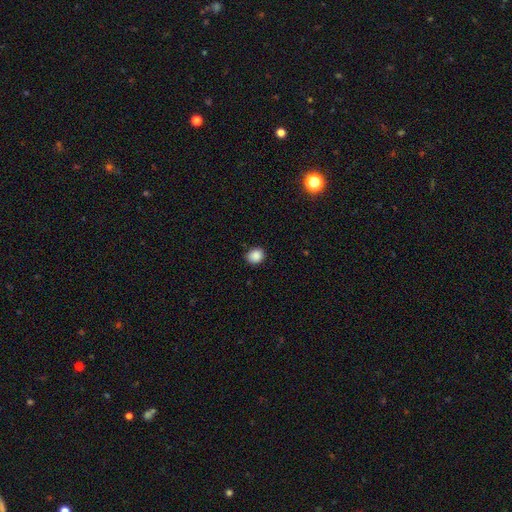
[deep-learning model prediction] Morphology: type=smooth (88%); roundness=round (71%); merging=none (85%).